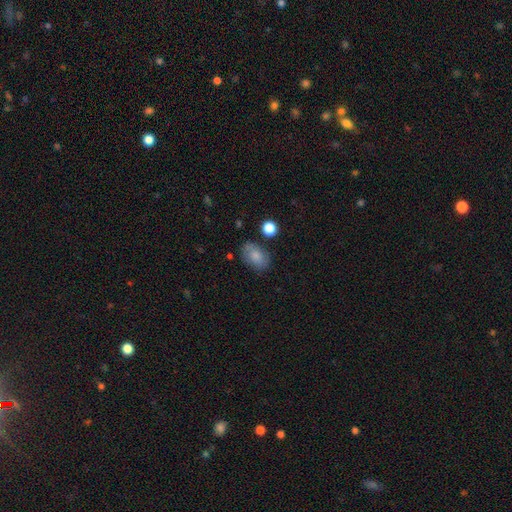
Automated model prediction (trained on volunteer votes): smooth-or-featured: smooth: 82% | featured or disk: 10% | star or artifact: 8%
  how-rounded: in between: 86% | round: 13% | cigar-shaped: 1%
  merging: none: 74% | minor disturbance: 18% | major disturbance: 5% | merger: 3%